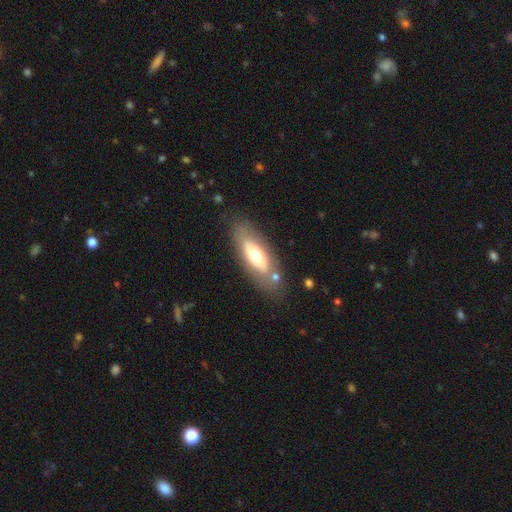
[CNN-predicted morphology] A smooth galaxy with no disk features (53%) that is in between round and cigar-shaped (71%). Merging: none (75%).